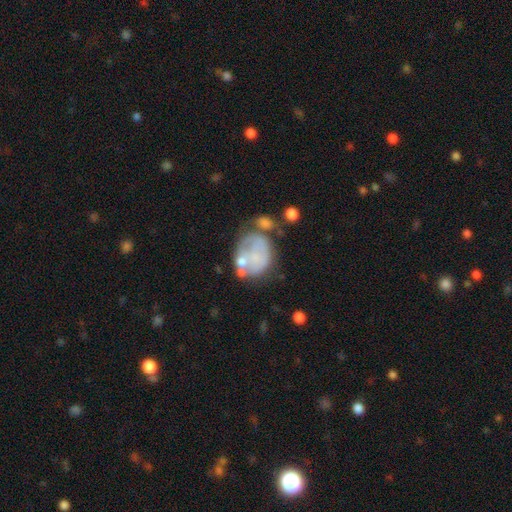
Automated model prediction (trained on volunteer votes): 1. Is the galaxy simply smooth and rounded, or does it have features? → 50% featured or disk, 41% smooth, 10% star or artifact.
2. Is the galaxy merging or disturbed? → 32% none, 25% minor disturbance, 24% major disturbance, 19% merger.